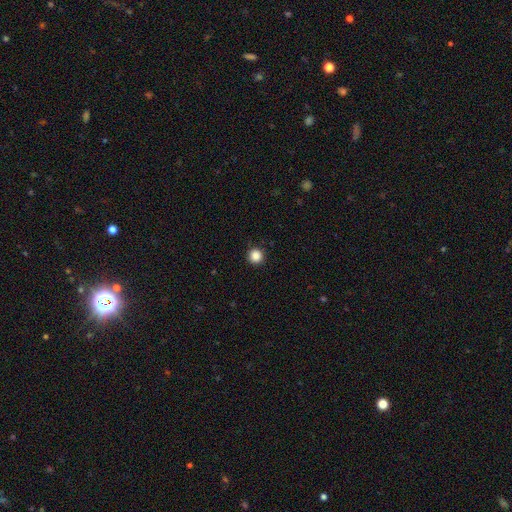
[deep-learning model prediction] smooth-or-featured: smooth: 87% | star or artifact: 11% | featured or disk: 3%
  how-rounded: round: 96% | in between: 3% | cigar-shaped: 1%
  merging: none: 92% | minor disturbance: 5% | major disturbance: 2% | merger: 1%